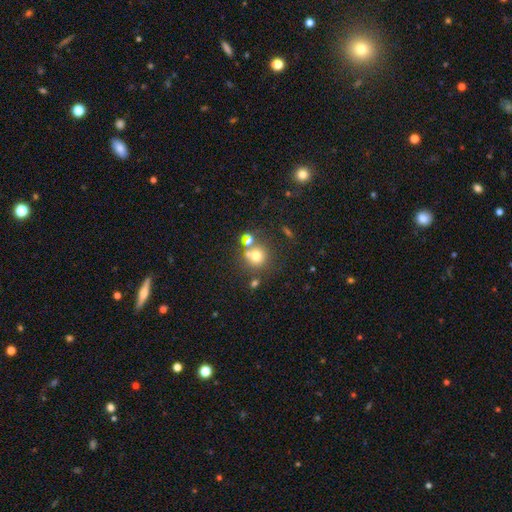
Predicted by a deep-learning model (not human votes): smooth 69%, star or artifact 17%, featured or disk 14%. Down the decision tree: how rounded — round (89%); merging — none (63%).